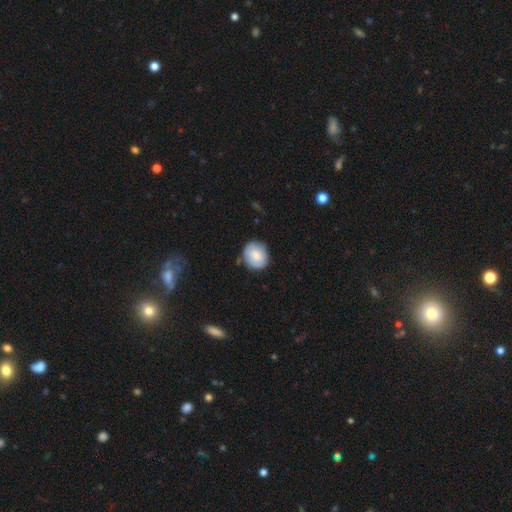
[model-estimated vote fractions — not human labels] This is likely a smooth galaxy (80%). How rounded: likely round (76%). Merging: likely none (79%).